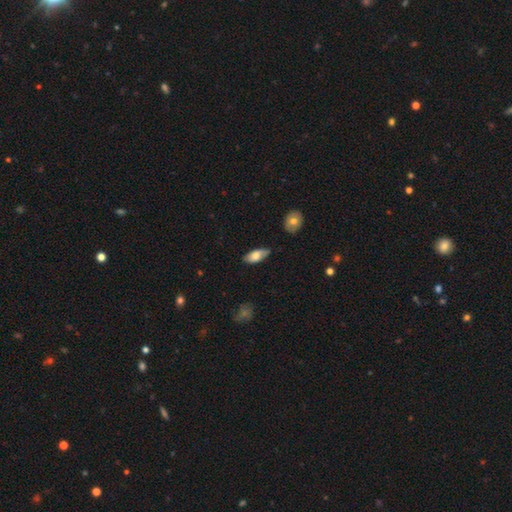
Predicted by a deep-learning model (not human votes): smooth-or-featured: smooth: 72% | featured or disk: 22% | star or artifact: 6%
  how-rounded: in between: 87% | cigar-shaped: 11% | round: 2%
  merging: none: 72% | minor disturbance: 22% | major disturbance: 4% | merger: 2%